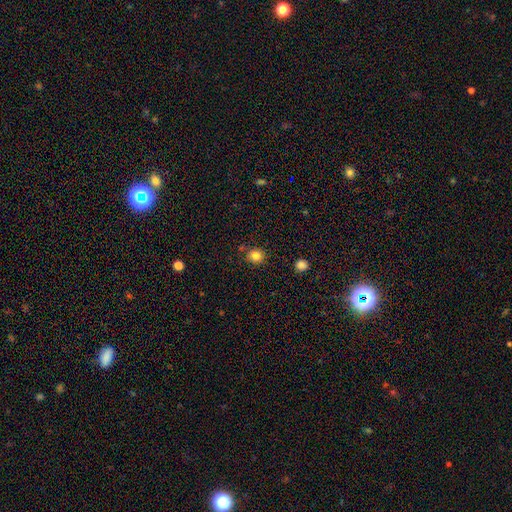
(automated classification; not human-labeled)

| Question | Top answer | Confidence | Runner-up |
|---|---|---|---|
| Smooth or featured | smooth | 83% | star or artifact (12%) |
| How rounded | round | 84% | in between (15%) |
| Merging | none | 82% | minor disturbance (11%) |